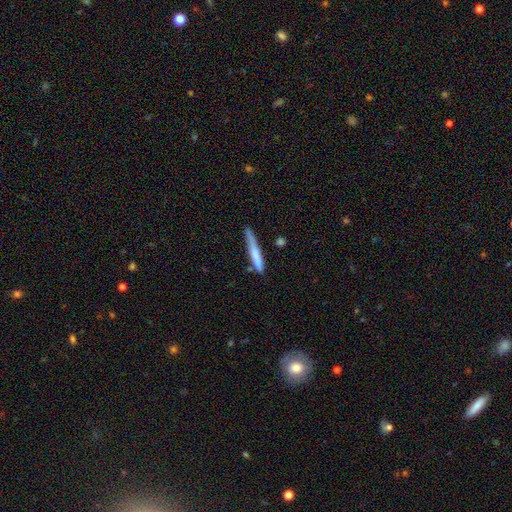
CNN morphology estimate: Smooth or featured?
  - smooth: 68% *
  - featured or disk: 27%
  - star or artifact: 6%
How rounded?
  - cigar-shaped: 94% *
  - in between: 4%
  - round: 1%
Merging?
  - none: 66% *
  - minor disturbance: 23%
  - merger: 6%
  - major disturbance: 5%